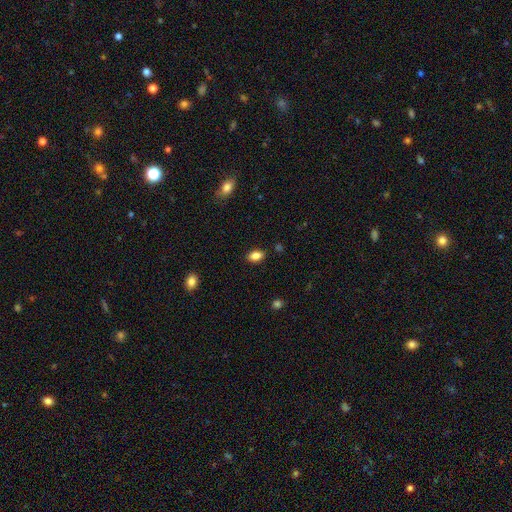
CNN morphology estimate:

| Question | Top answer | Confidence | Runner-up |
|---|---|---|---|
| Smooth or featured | smooth | 86% | star or artifact (9%) |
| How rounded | in between | 87% | round (10%) |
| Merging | none | 86% | minor disturbance (10%) |